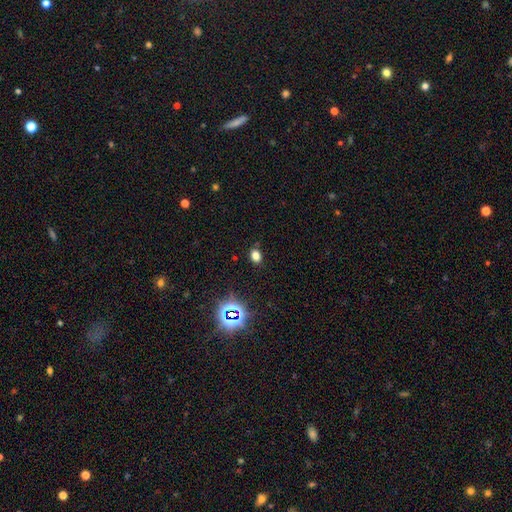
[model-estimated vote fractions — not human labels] A smooth galaxy with no disk features (72%) that is in between round and cigar-shaped (72%). Merging: none (84%).